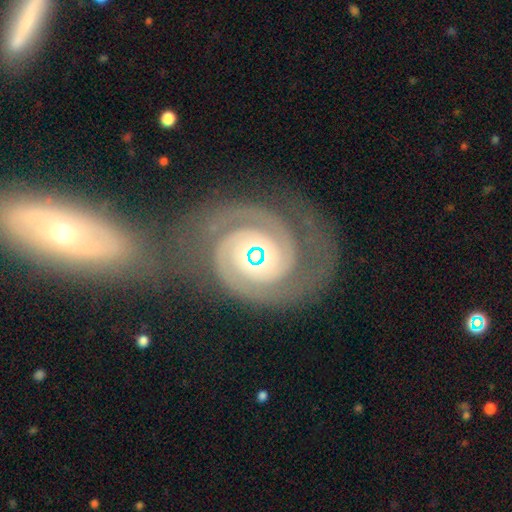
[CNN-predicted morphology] featured or disk 90%, star or artifact 5%, smooth 4%. Down the decision tree: edge-on disk — no (98%); bar — no (56%); spiral arms — yes (98%); spiral arm count — 2 (86%); spiral winding — tight (75%); bulge size — moderate (48%); merging — none (63%).